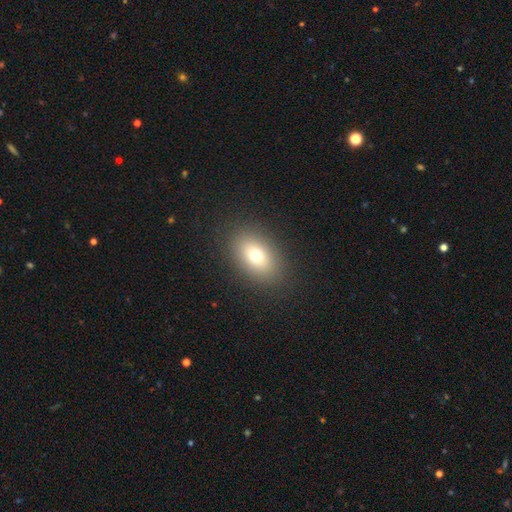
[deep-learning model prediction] This is likely a smooth galaxy (73%). How rounded: clearly in between (81%). Merging: clearly none (87%).